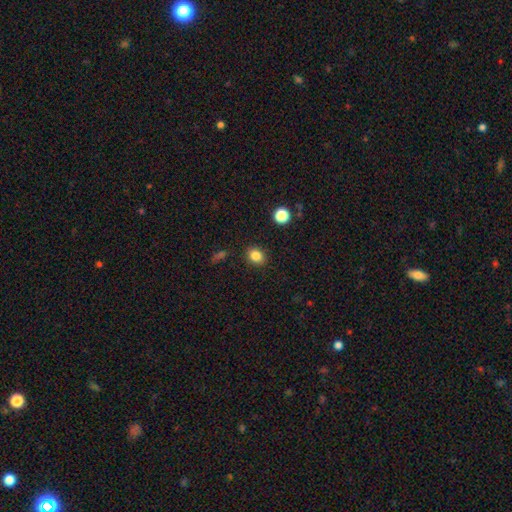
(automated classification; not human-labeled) Smooth or featured? Predicted: smooth (p=0.84). How rounded? Predicted: round (p=0.56). Merging? Predicted: none (p=0.88).